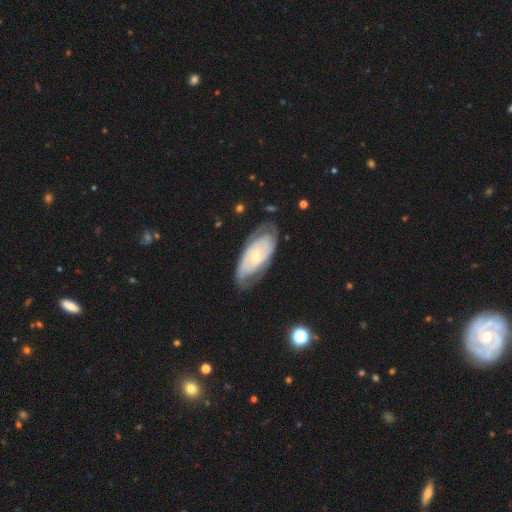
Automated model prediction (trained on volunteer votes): This is likely a featured or disk galaxy (76%). It is clearly not viewed edge-on (92%). Bar: possibly no (54%). Spiral arm pattern: clearly yes (86%). Spiral arm count: possibly 2 (46%). Spiral winding: likely tight (65%). Central bulge: likely small (67%). Merging: likely none (68%).